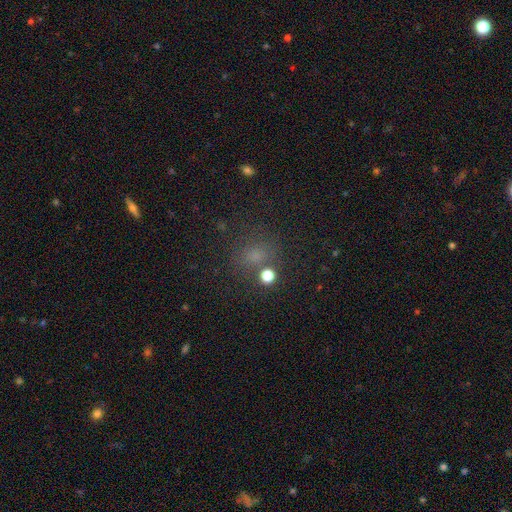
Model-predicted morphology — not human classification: Smooth or featured? smooth (62%)
How rounded? round (70%)
Merging? none (72%)